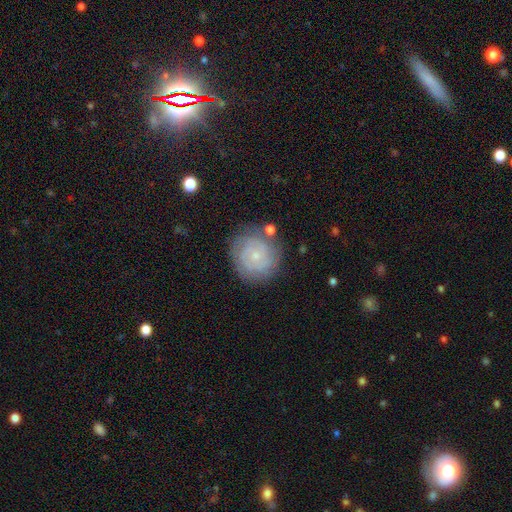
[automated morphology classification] A featured or disk galaxy (61%) with no bar (79%), tight (72%) spiral arms (87%) and a small central bulge (80%).

Vote fractions:
- Smooth or featured? featured or disk: 61% / smooth: 30% / star or artifact: 8%
- Edge-on disk? no: 98% / yes: 2%
- Bar? no: 79% / weak: 18% / strong: 3%
- Spiral arms? yes: 87% / no: 13%
- Spiral winding? tight: 72% / medium: 22% / loose: 6%
- Spiral arm count? can't tell: 38% / 2: 28% / 3: 17% / 4: 7% / 1: 5% / more than 4: 5%
- Bulge size? small: 80% / moderate: 15% / none: 3% / large: 1% / dominant: 1%
- Merging? none: 78% / minor disturbance: 14% / major disturbance: 5% / merger: 3%